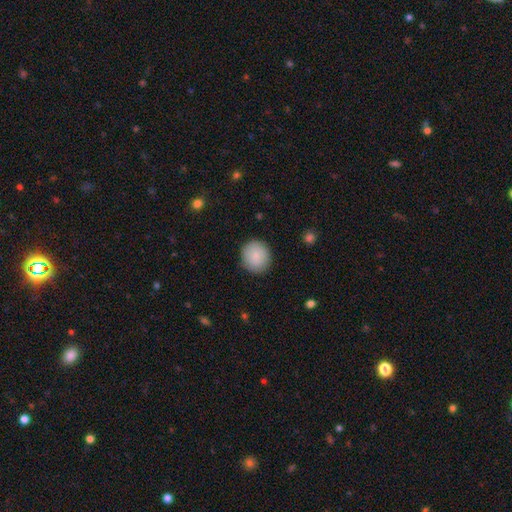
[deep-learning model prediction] This is clearly a smooth galaxy (88%). How rounded: clearly round (86%). Merging: clearly none (88%).